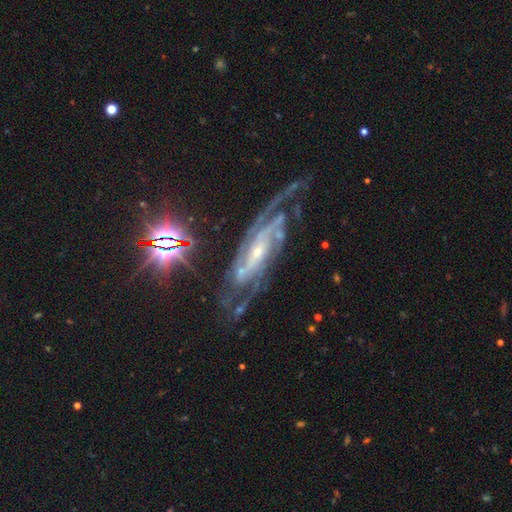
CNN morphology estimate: Q: Smooth or featured?
A: featured or disk (85%); runner-up: star or artifact (10%)
Q: Edge-on disk?
A: no (90%); runner-up: yes (10%)
Q: Bar?
A: weak (36%); runner-up: no (35%)
Q: Spiral arms?
A: yes (98%); runner-up: no (2%)
Q: Spiral winding?
A: tight (51%); runner-up: medium (40%)
Q: Spiral arm count?
A: 2 (35%); runner-up: can't tell (22%)
Q: Bulge size?
A: small (72%); runner-up: moderate (23%)
Q: Merging?
A: none (67%); runner-up: minor disturbance (18%)